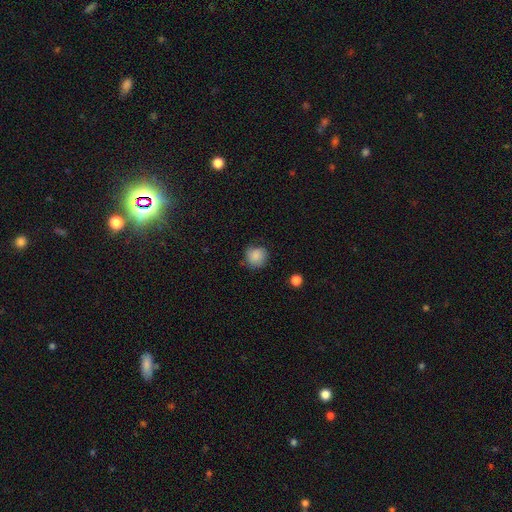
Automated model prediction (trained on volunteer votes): A smooth galaxy with no disk features (84%) that is round (86%).

Vote fractions:
- Smooth or featured? smooth: 84% / star or artifact: 9% / featured or disk: 8%
- How rounded? round: 86% / in between: 13% / cigar-shaped: 1%
- Merging? none: 73% / minor disturbance: 20% / major disturbance: 5% / merger: 1%